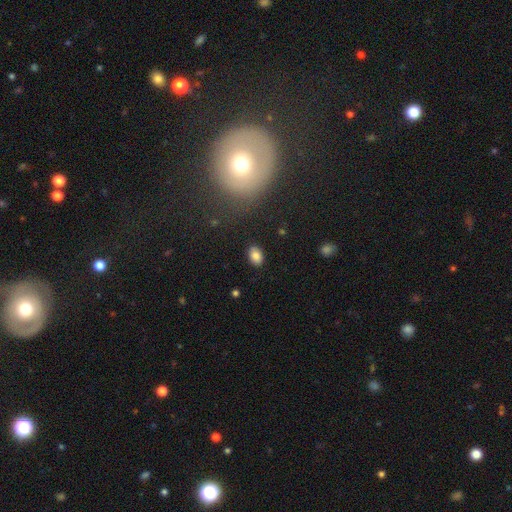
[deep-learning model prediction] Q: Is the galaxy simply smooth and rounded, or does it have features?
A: smooth — 82%.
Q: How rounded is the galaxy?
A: in between — 84%.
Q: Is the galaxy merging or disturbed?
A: none — 87%.